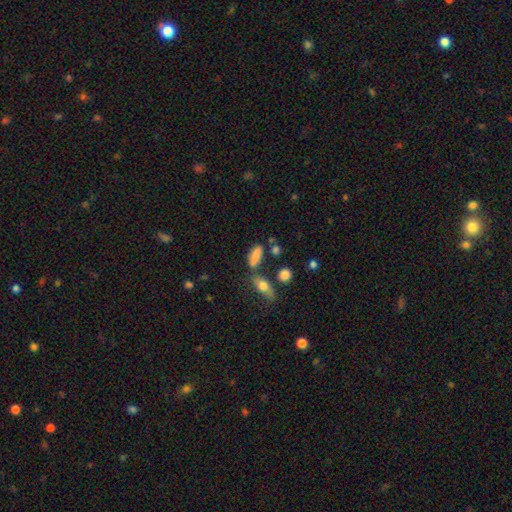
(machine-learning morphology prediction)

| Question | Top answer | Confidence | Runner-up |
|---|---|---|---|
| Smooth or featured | smooth | 79% | featured or disk (12%) |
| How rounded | in between | 74% | cigar-shaped (22%) |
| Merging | none | 56% | minor disturbance (19%) |